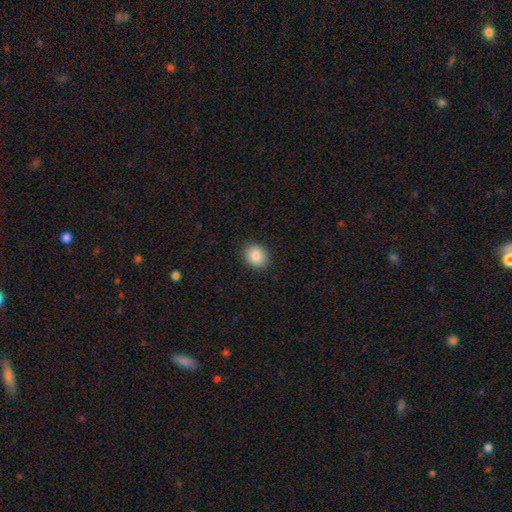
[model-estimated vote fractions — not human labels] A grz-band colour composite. It shows a smooth galaxy with no disk features (88%) that is round (63%). Merging: none (90%).